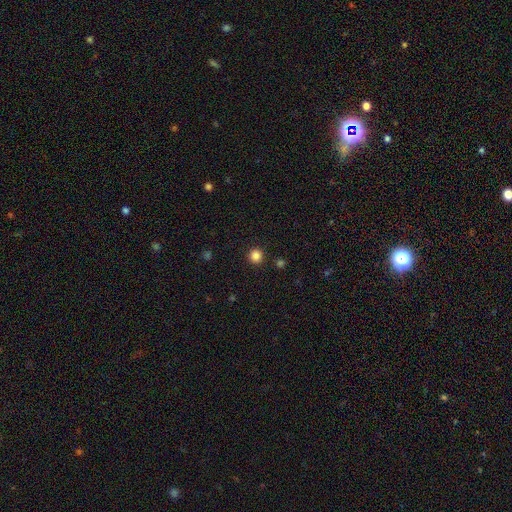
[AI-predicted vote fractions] This appears to be a smooth galaxy with no disk features (84%) that is round (95%). Merging: none (92%).